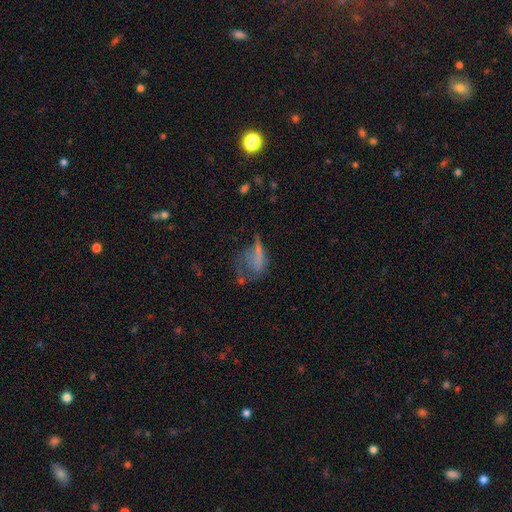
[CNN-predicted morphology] Overall: smooth (40%; featured or disk 38%). Merging: major disturbance (48%; none 26%).